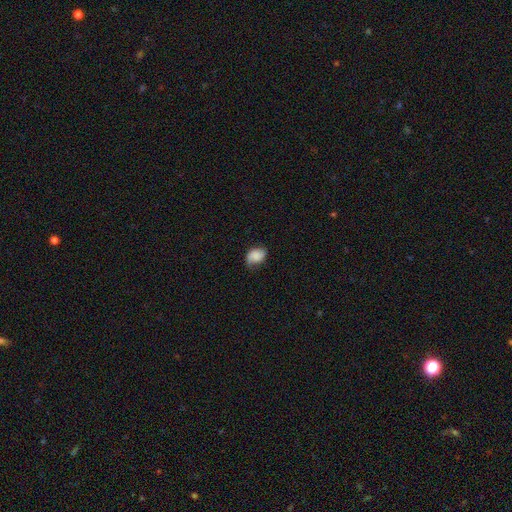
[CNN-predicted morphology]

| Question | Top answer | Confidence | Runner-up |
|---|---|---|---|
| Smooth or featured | smooth | 74% | featured or disk (17%) |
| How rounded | in between | 71% | round (28%) |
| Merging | none | 54% | minor disturbance (34%) |